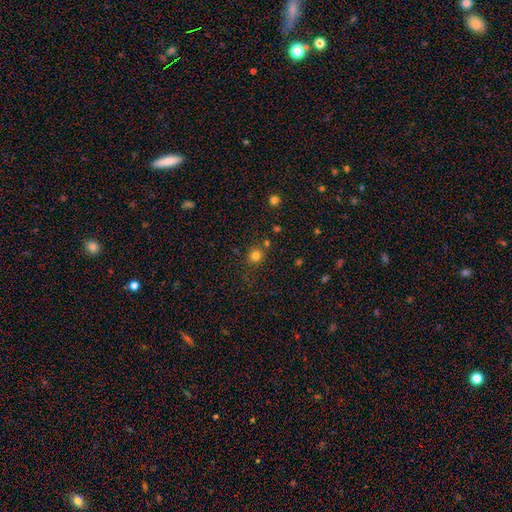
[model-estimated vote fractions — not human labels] The model was most divided on "smooth or featured": smooth: 79%, star or artifact: 16%, featured or disk: 6%. More confident: how rounded — round (89%); merging — none (76%).